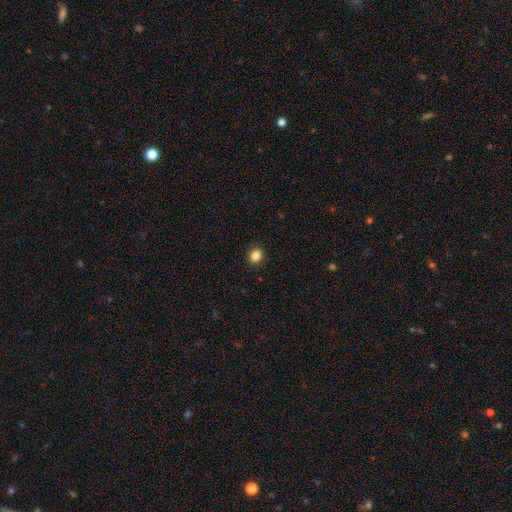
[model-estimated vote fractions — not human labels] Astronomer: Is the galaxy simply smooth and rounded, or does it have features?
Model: smooth — 86%.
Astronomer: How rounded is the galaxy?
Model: round — 75%.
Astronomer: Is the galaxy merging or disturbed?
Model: none — 91%.